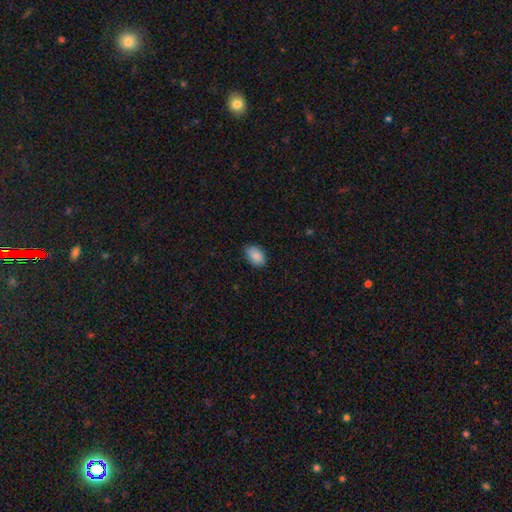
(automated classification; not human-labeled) Morphology: type=smooth (87%); roundness=in between (85%); merging=none (84%).